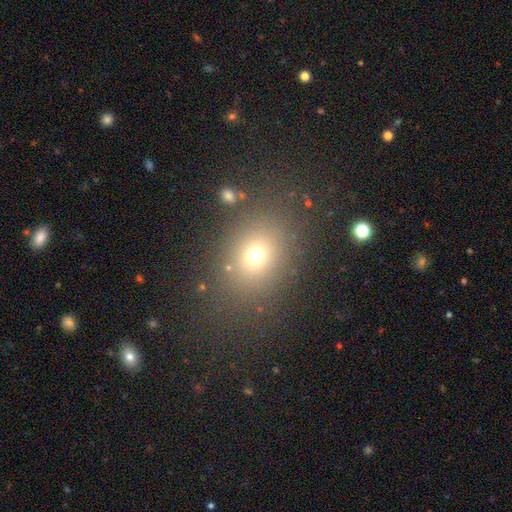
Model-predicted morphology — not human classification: Q: Smooth or featured?
A: smooth (70%); runner-up: star or artifact (19%)
Q: How rounded?
A: round (54%); runner-up: in between (45%)
Q: Merging?
A: none (81%); runner-up: minor disturbance (10%)